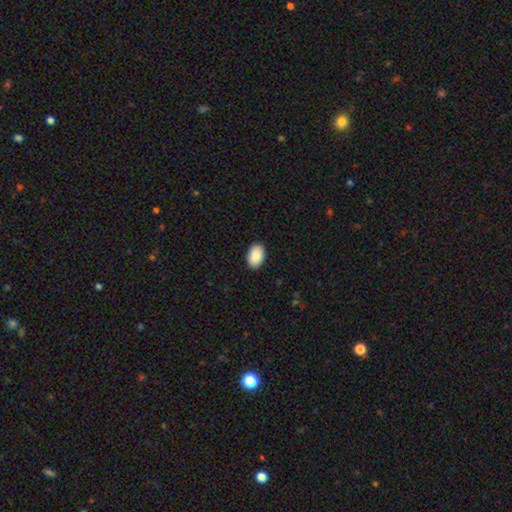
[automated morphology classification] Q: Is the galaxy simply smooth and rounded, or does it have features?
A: smooth — 89%.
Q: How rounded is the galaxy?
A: in between — 90%.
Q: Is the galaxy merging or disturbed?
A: none — 90%.